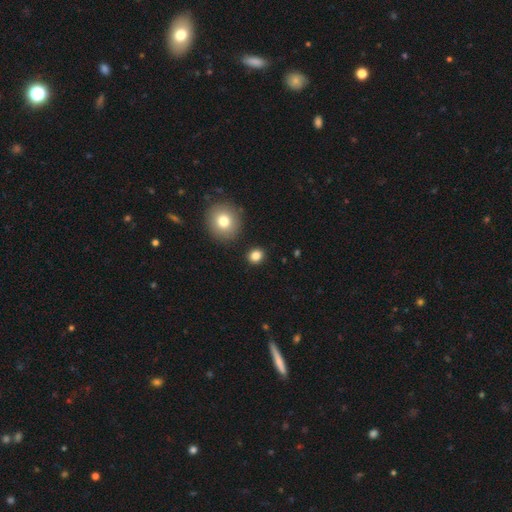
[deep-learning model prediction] A smooth galaxy with no disk features (83%) that is round (76%).

Vote fractions:
- Smooth or featured? smooth: 83% / star or artifact: 12% / featured or disk: 5%
- How rounded? round: 76% / in between: 23% / cigar-shaped: 1%
- Merging? none: 89% / minor disturbance: 6% / merger: 2% / major disturbance: 2%